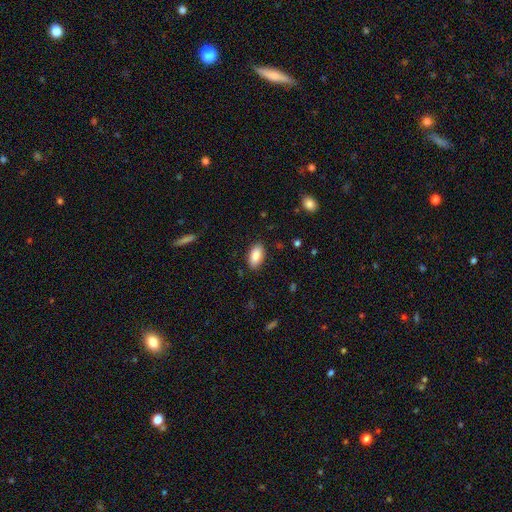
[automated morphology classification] Overall: smooth (88%). How rounded: in between (94%). Merging: none (87%).